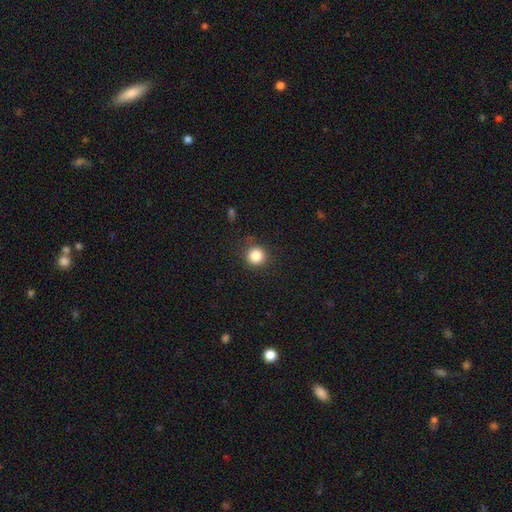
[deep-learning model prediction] Smooth or featured? smooth (85%)
How rounded? round (93%)
Merging? none (85%)